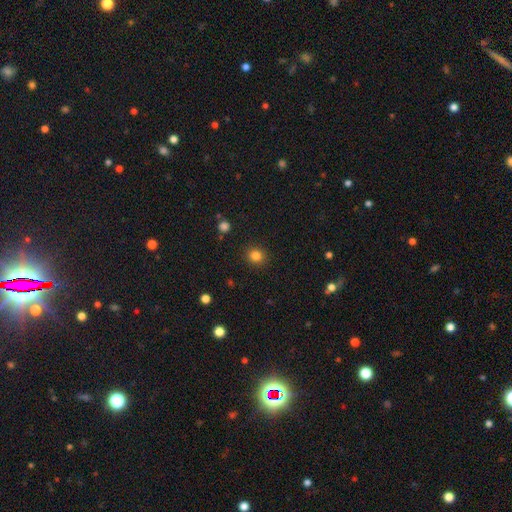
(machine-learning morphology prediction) Smooth or featured? smooth (83%)
How rounded? round (87%)
Merging? none (90%)